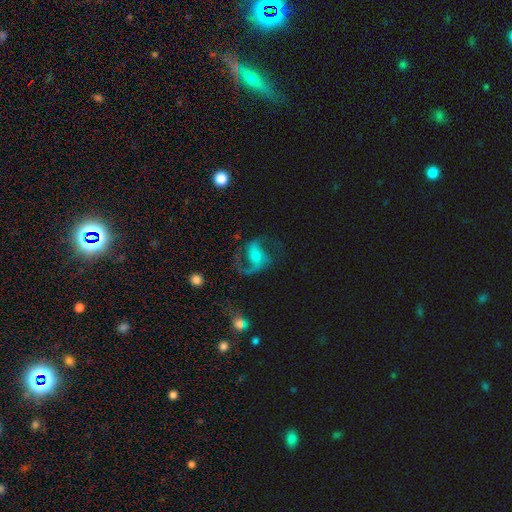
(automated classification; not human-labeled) This is clearly a featured or disk galaxy (83%). It is clearly not viewed edge-on (97%). Bar: marginally weak (40%, tied with no). Spiral arm pattern: clearly yes (95%). Spiral arm count: clearly 2 (83%). Spiral winding: possibly loose (49%). Central bulge: possibly small (48%). Merging: possibly none (58%).